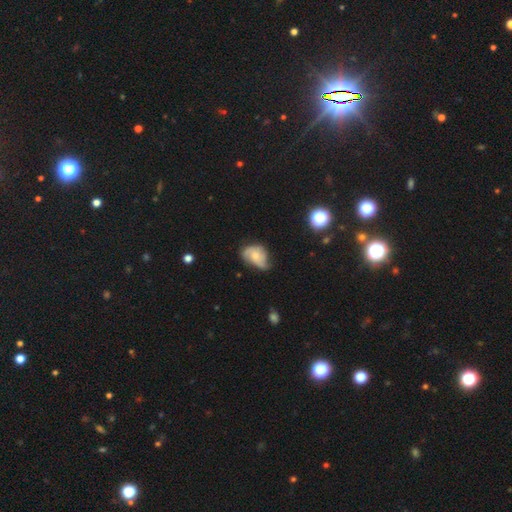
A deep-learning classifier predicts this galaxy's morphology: type=featured or disk (53%); edge-on=no (97%); bar=no (78%); spiral arms=yes (79%); bulge=small (51%); merging=none (41%).